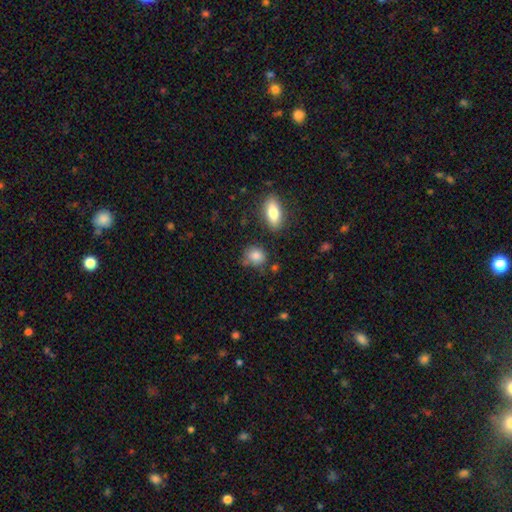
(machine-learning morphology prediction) A smooth galaxy with no disk features (84%) that is round (63%).

Vote fractions:
- Smooth or featured? smooth: 84% / star or artifact: 9% / featured or disk: 7%
- How rounded? round: 63% / in between: 36% / cigar-shaped: 2%
- Merging? none: 66% / minor disturbance: 22% / merger: 6% / major disturbance: 6%